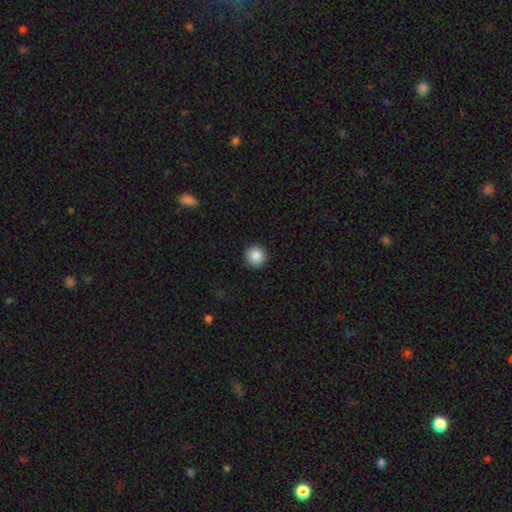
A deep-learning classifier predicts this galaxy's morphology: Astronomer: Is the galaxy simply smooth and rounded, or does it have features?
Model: smooth — 88%.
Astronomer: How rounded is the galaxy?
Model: round — 96%.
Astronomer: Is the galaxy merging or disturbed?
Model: none — 93%.